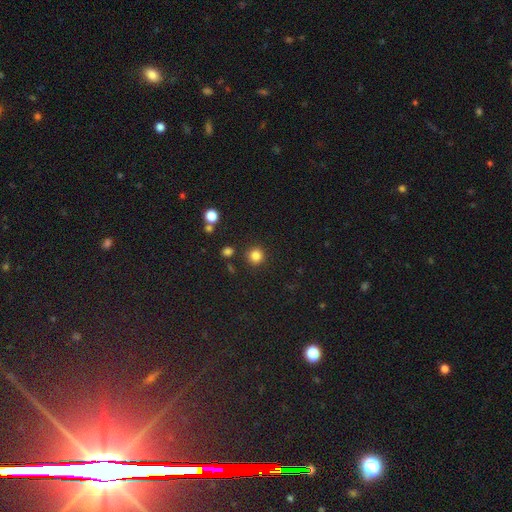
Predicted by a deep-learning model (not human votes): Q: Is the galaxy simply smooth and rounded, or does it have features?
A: smooth — 84%.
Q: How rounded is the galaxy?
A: round — 93%.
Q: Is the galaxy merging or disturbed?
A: none — 88%.